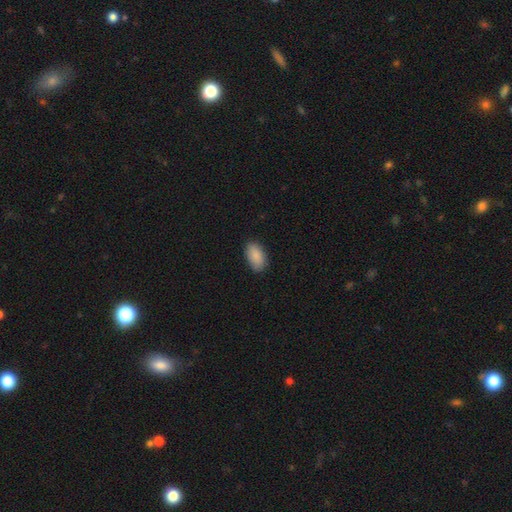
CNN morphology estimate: The model was most divided on "merging": none: 85%, minor disturbance: 12%, major disturbance: 2%, merger: 1%. More confident: how rounded — in between (94%); smooth or featured — smooth (89%).